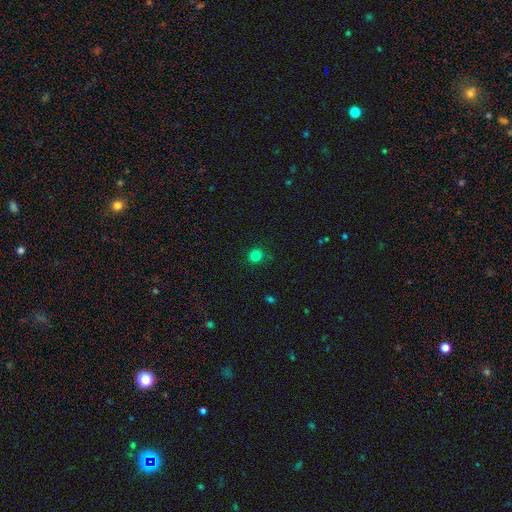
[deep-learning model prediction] smooth-or-featured: smooth: 82% | star or artifact: 14% | featured or disk: 4%
  how-rounded: round: 93% | in between: 6% | cigar-shaped: 1%
  merging: none: 86% | minor disturbance: 10% | major disturbance: 3% | merger: 1%